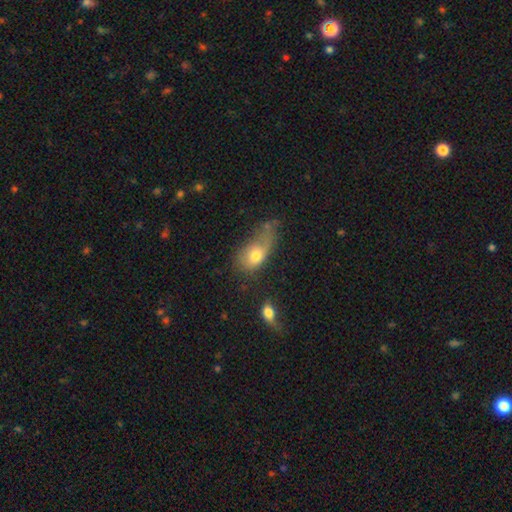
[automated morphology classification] Smooth or featured? Predicted: smooth (p=0.70). How rounded? Predicted: in between (p=0.78). Merging? Predicted: major disturbance (p=0.42).